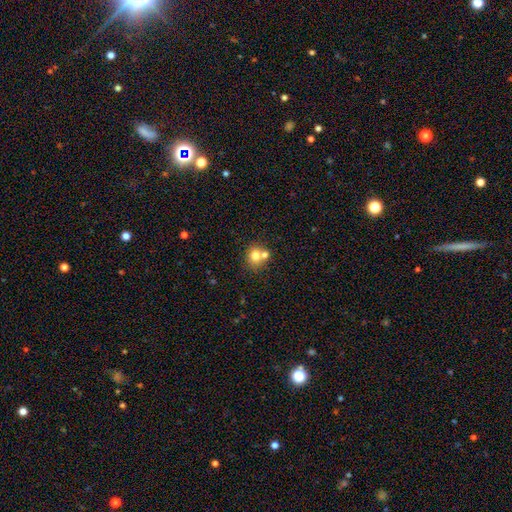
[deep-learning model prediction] Smooth or featured: smooth — 75% (featured or disk — 13%)
How rounded: round — 75% (in between — 24%)
Merging: none — 47% (merger — 42%)